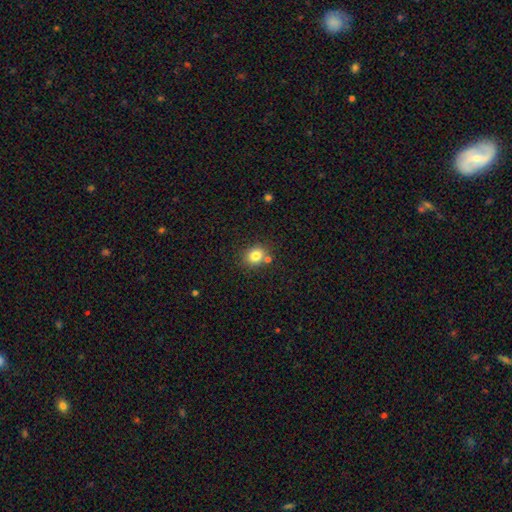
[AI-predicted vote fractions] The model was most divided on "how rounded": round: 63%, in between: 36%, cigar-shaped: 1%. More confident: smooth or featured — smooth (81%); merging — none (73%).